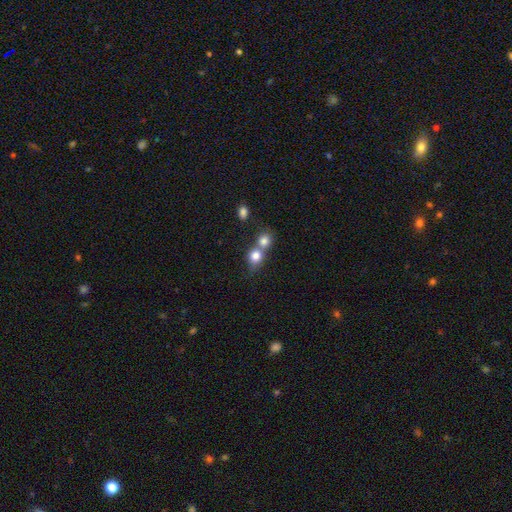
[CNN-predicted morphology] smooth 79%, featured or disk 11%, star or artifact 10%. Down the decision tree: how rounded — round (75%); merging — merger (58%).